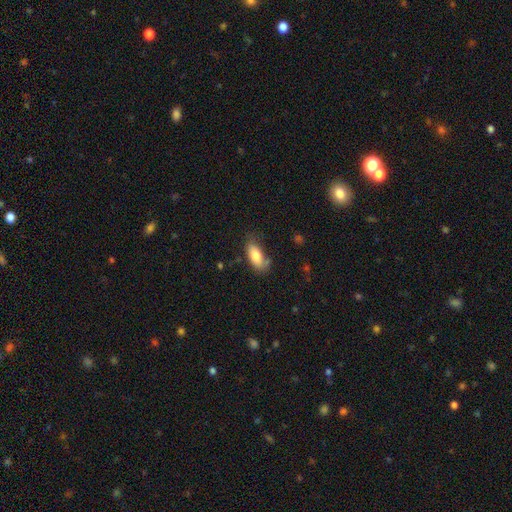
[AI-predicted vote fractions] A smooth galaxy with no disk features (81%) that is in between round and cigar-shaped (86%).

Vote fractions:
- Smooth or featured? smooth: 81% / featured or disk: 12% / star or artifact: 7%
- How rounded? in between: 86% / cigar-shaped: 11% / round: 3%
- Merging? none: 62% / minor disturbance: 26% / major disturbance: 7% / merger: 5%